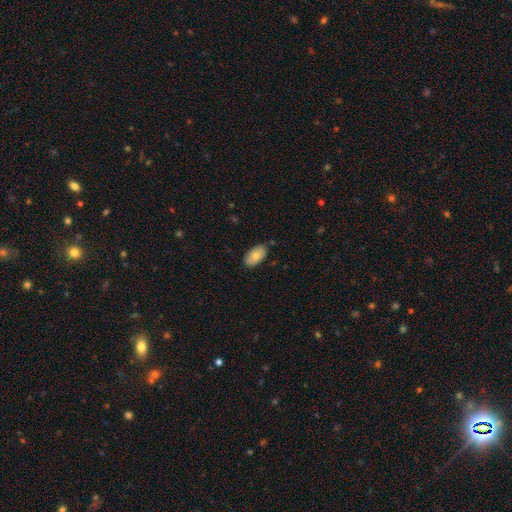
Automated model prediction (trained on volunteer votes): Overall: smooth (80%). How rounded: in between (95%). Merging: none (83%).